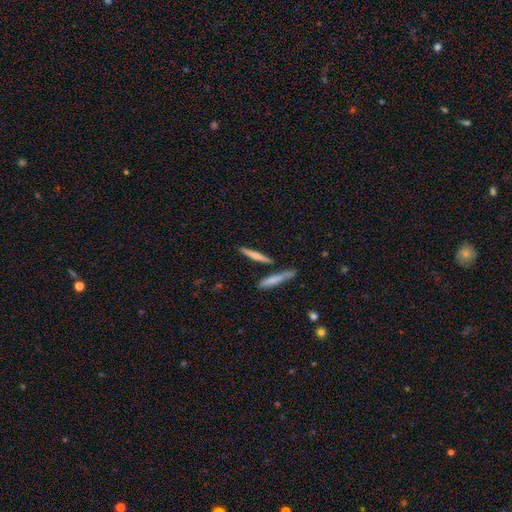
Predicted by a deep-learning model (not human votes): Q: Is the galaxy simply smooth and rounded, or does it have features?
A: smooth — 50%.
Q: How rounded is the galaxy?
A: cigar-shaped — 91%.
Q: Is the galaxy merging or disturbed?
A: none — 79%.